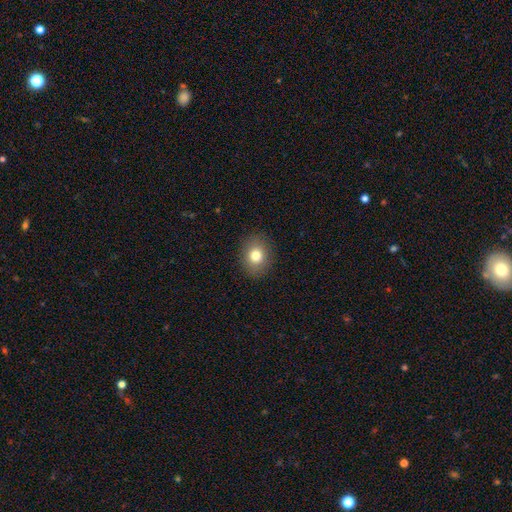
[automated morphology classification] This appears to be a smooth galaxy with no disk features (79%) that is round (55%). Merging: none (89%).